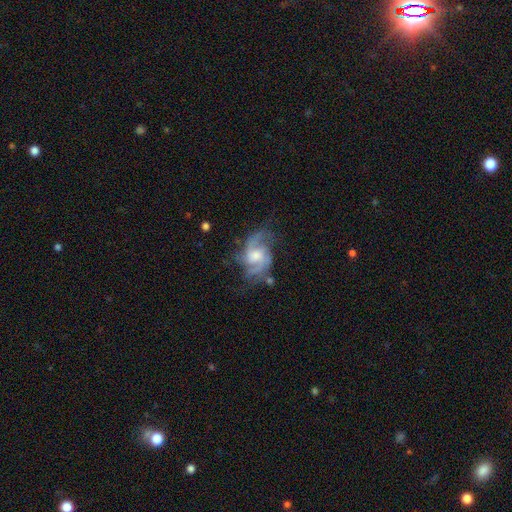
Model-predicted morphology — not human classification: featured or disk 86%, smooth 8%, star or artifact 6%. Down the decision tree: edge-on disk — no (98%); bar — no (56%); spiral arms — yes (96%); spiral arm count — 2 (47%); spiral winding — medium (53%); bulge size — moderate (55%); merging — none (59%).